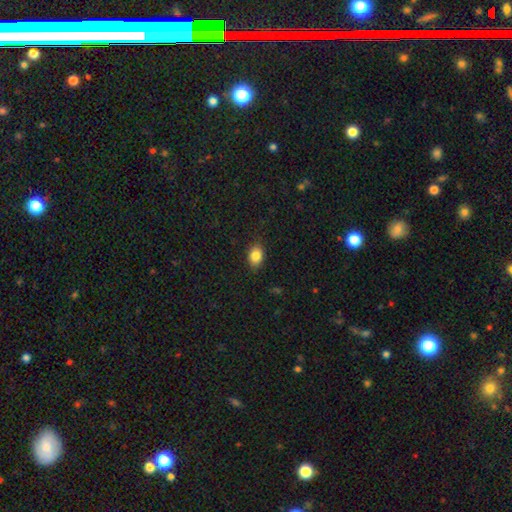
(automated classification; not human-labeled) Overall: smooth (85%). How rounded: in between (75%). Merging: none (86%).